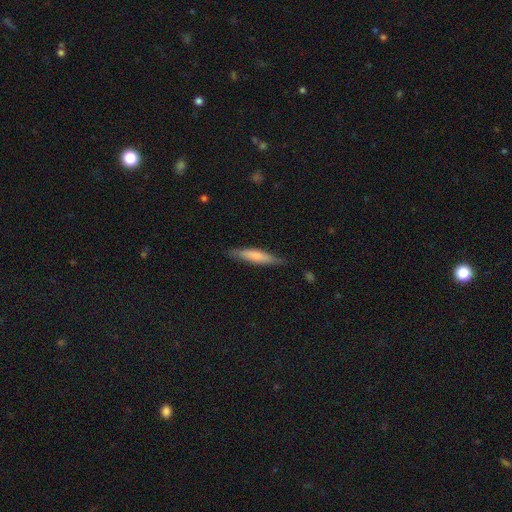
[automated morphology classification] type=smooth (68%); roundness=cigar-shaped (84%); merging=none (82%).